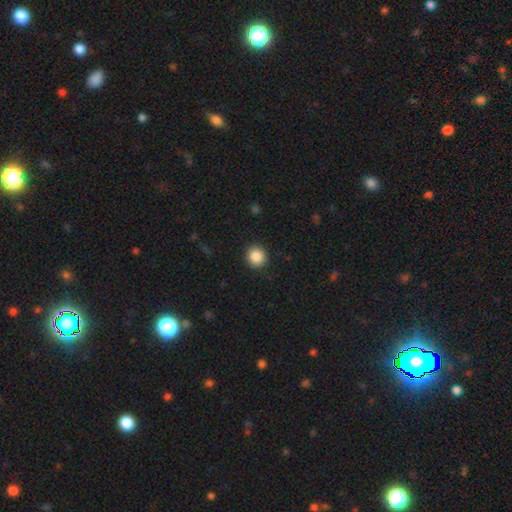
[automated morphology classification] Smooth or featured: smooth — 87% (star or artifact — 9%)
How rounded: round — 87% (in between — 12%)
Merging: none — 92% (minor disturbance — 6%)